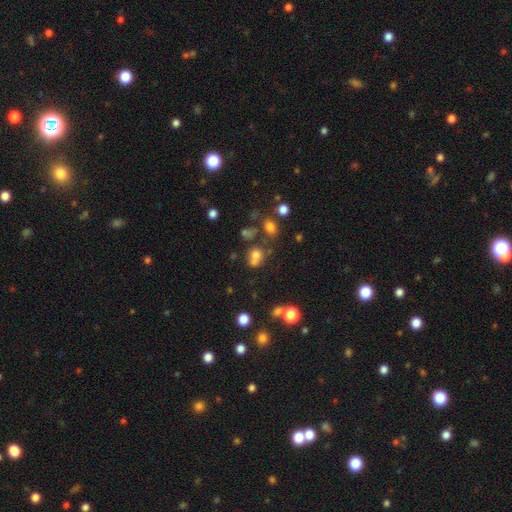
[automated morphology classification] Q: Smooth or featured?
A: smooth (68%); runner-up: star or artifact (19%)
Q: How rounded?
A: round (69%); runner-up: in between (30%)
Q: Merging?
A: none (46%); runner-up: merger (34%)